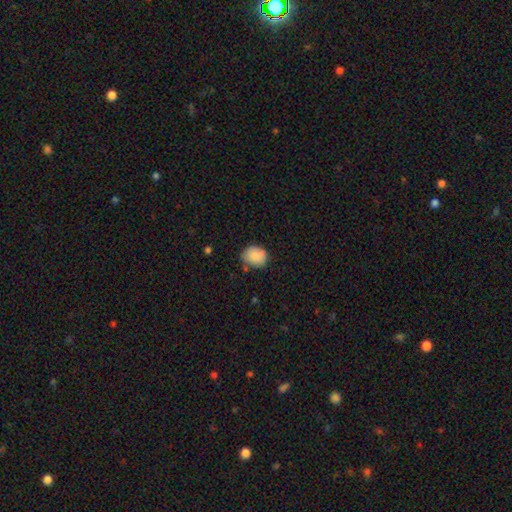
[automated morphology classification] A smooth galaxy with no disk features (85%) that is round (61%). Merging: none (68%).